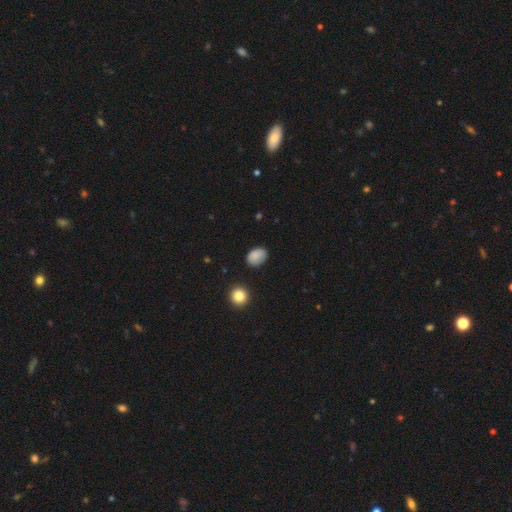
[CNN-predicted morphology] Smooth or featured?
  - smooth: 85% *
  - star or artifact: 9%
  - featured or disk: 6%
How rounded?
  - in between: 73% *
  - round: 26%
  - cigar-shaped: 1%
Merging?
  - none: 79% *
  - minor disturbance: 16%
  - major disturbance: 3%
  - merger: 2%